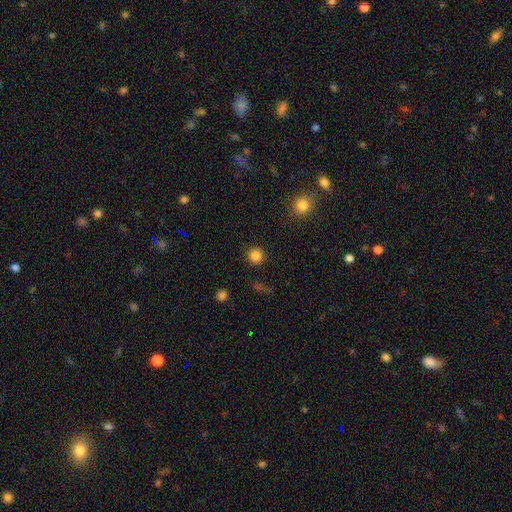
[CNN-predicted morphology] This appears to be a smooth galaxy with no disk features (84%) that is round (93%). Merging: none (88%).